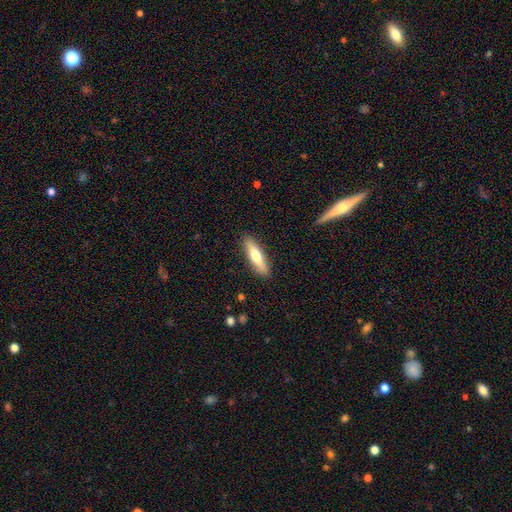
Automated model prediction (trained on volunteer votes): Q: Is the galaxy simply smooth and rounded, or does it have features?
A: smooth — 61%.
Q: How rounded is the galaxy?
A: cigar-shaped — 71%.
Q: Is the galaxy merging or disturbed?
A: none — 89%.